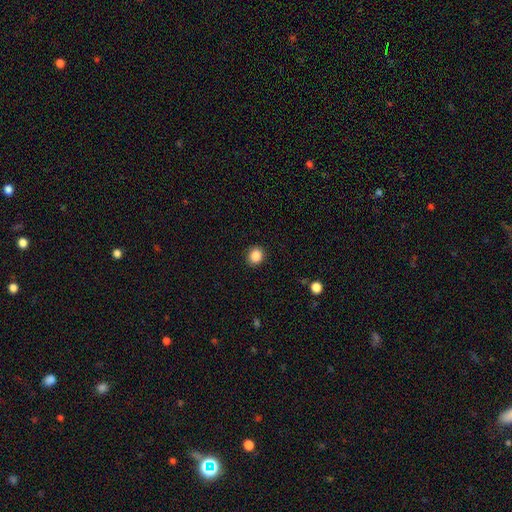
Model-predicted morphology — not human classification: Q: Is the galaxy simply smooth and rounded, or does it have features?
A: smooth — 87%.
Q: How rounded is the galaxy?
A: round — 78%.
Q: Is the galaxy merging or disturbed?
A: none — 90%.